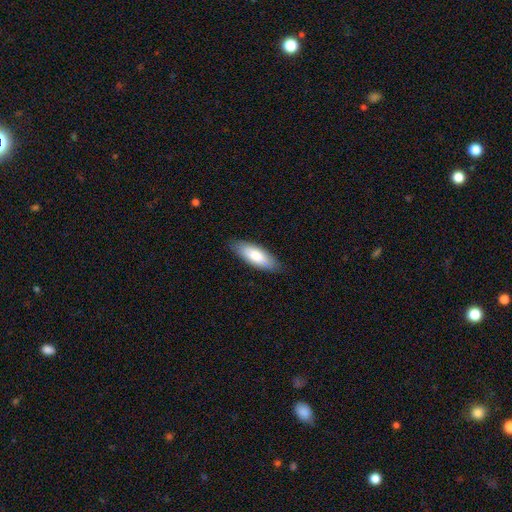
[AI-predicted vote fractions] smooth-or-featured: smooth: 77% | featured or disk: 17% | star or artifact: 5%
  how-rounded: in between: 69% | cigar-shaped: 30% | round: 2%
  merging: none: 84% | minor disturbance: 13% | major disturbance: 2% | merger: 1%